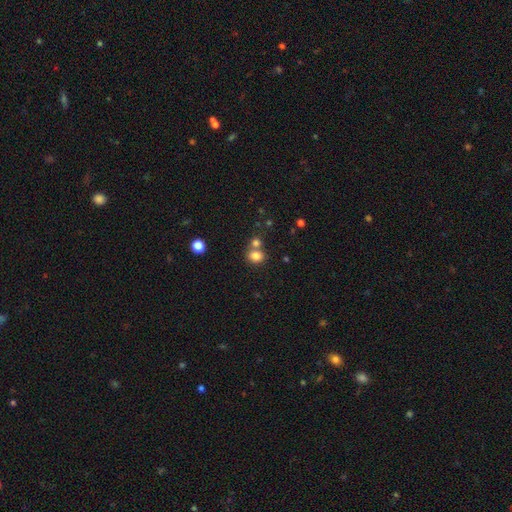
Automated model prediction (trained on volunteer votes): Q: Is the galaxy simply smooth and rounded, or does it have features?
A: smooth — 81%.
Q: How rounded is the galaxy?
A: round — 62%.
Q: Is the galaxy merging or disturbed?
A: none — 53%.